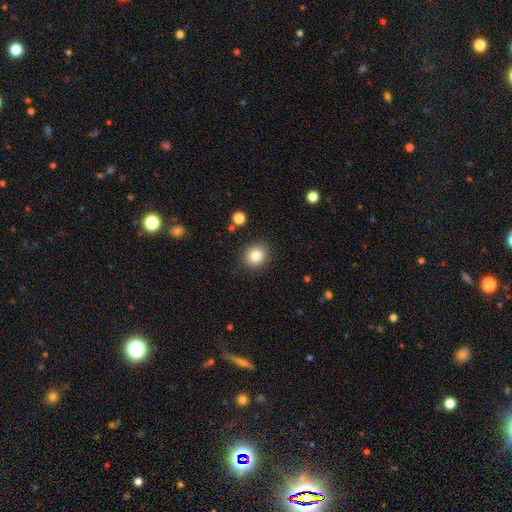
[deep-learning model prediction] Q: Smooth or featured?
A: smooth (83%); runner-up: star or artifact (11%)
Q: How rounded?
A: round (86%); runner-up: in between (13%)
Q: Merging?
A: none (90%); runner-up: minor disturbance (7%)